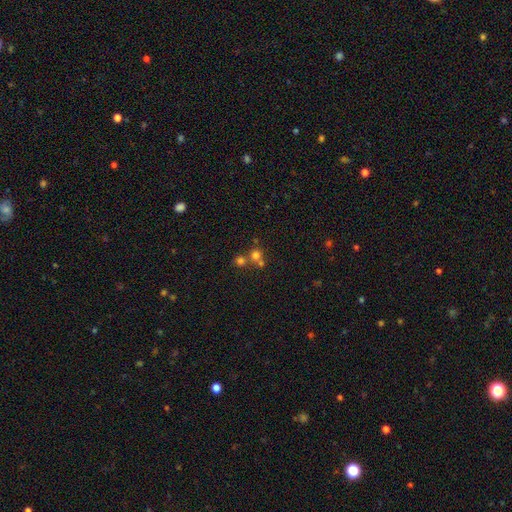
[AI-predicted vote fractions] Smooth or featured?
  - smooth: 69% *
  - star or artifact: 21%
  - featured or disk: 11%
How rounded?
  - round: 90% *
  - in between: 9%
  - cigar-shaped: 1%
Merging?
  - none: 52% *
  - merger: 40%
  - minor disturbance: 5%
  - major disturbance: 3%